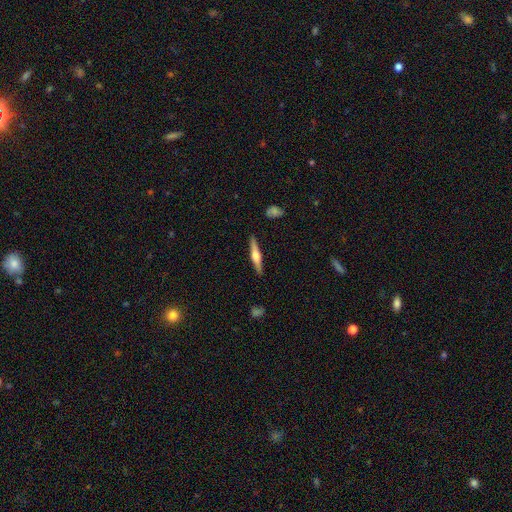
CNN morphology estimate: This appears to be a featured or disk galaxy (66%) viewed edge-on (97%) with a rounded central bulge (88%). Merging: none (90%).